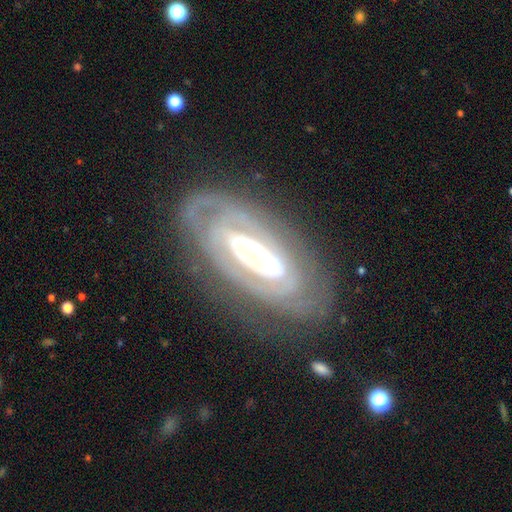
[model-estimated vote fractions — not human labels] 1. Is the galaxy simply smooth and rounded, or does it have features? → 82% featured or disk, 13% smooth, 5% star or artifact.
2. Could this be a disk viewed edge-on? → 90% no, 10% yes.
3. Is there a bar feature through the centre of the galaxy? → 56% no, 23% strong, 21% weak.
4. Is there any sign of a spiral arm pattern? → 72% yes, 28% no.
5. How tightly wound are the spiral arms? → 74% tight, 19% medium, 7% loose.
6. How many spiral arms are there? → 48% can't tell, 30% 2, 8% 3, 6% 1, 4% 4, 4% more than 4.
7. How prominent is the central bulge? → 43% moderate, 37% small, 15% large, 3% dominant, 2% none.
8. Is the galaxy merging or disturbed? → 75% none, 15% minor disturbance, 8% major disturbance, 2% merger.